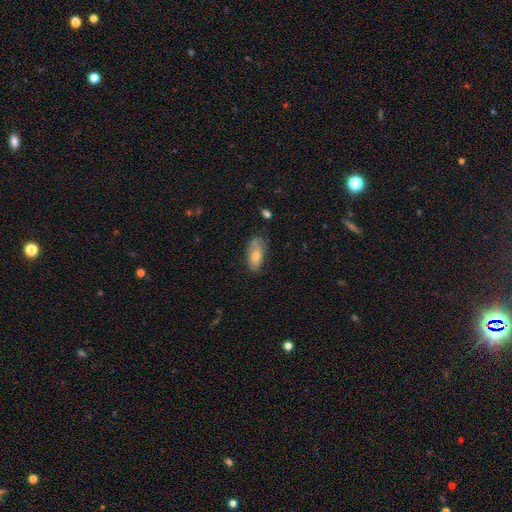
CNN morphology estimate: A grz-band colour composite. It shows a smooth galaxy with no disk features (68%) that is in between round and cigar-shaped (85%). Merging: none (66%).